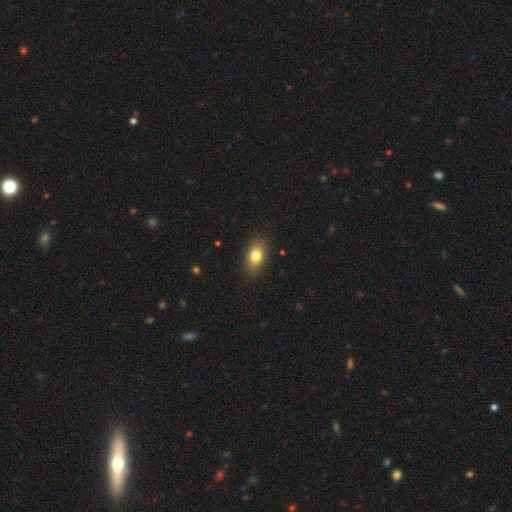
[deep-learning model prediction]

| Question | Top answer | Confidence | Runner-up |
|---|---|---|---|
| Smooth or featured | smooth | 81% | featured or disk (10%) |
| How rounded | in between | 84% | round (13%) |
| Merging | none | 86% | minor disturbance (10%) |